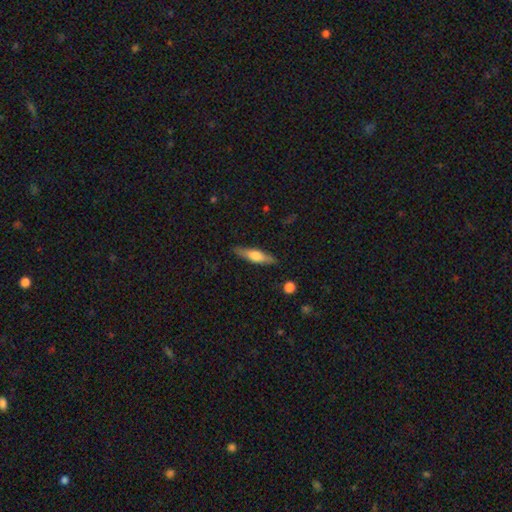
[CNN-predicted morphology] A smooth galaxy with no disk features (56%) that is cigar-shaped (70%).

Vote fractions:
- Smooth or featured? smooth: 56% / featured or disk: 38% / star or artifact: 6%
- How rounded? cigar-shaped: 70% / in between: 28% / round: 2%
- Merging? none: 85% / minor disturbance: 11% / major disturbance: 2% / merger: 1%